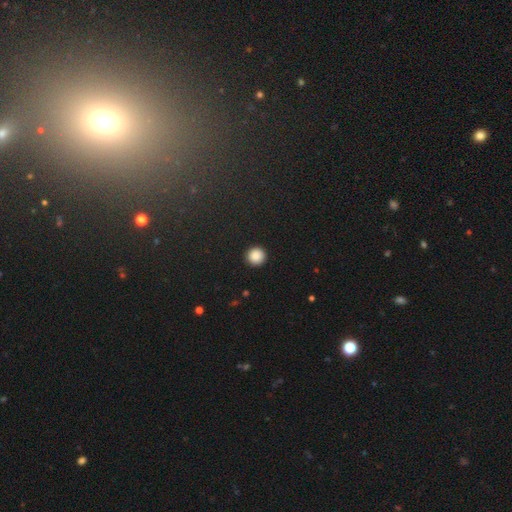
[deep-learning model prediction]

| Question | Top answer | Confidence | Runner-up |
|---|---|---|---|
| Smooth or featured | smooth | 87% | star or artifact (10%) |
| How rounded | round | 96% | in between (3%) |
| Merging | none | 93% | minor disturbance (5%) |